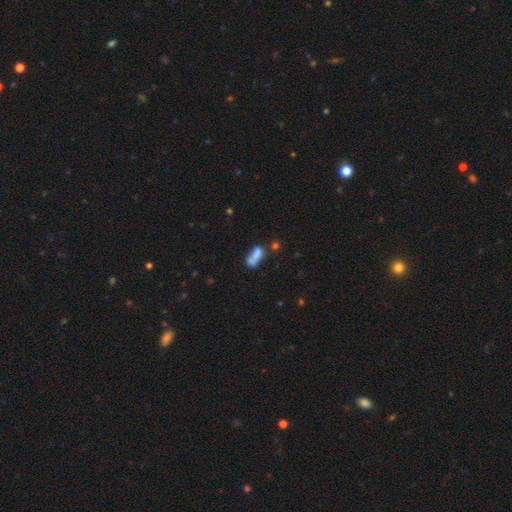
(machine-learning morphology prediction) Smooth or featured? Predicted: smooth (p=0.72). How rounded? Predicted: in between (p=0.77). Merging? Predicted: merger (p=0.37).